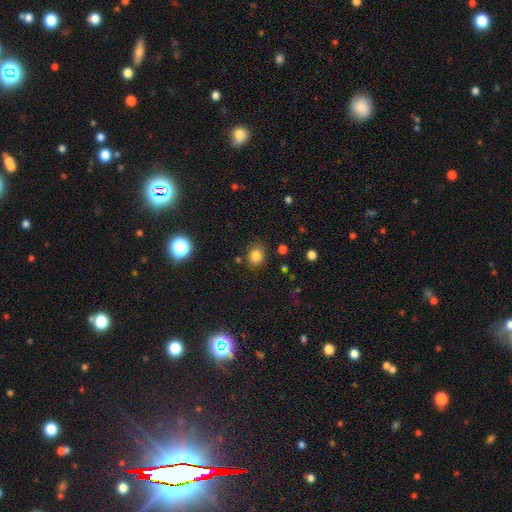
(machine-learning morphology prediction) Smooth or featured: smooth — 82% (star or artifact — 12%)
How rounded: round — 60% (in between — 39%)
Merging: none — 81% (minor disturbance — 12%)